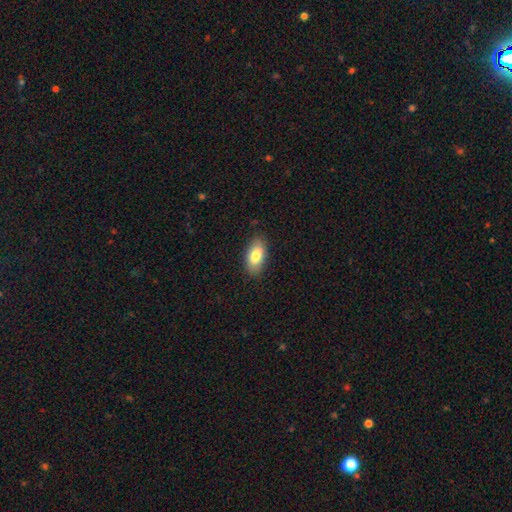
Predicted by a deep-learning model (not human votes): Q: Smooth or featured?
A: smooth (80%); runner-up: featured or disk (14%)
Q: How rounded?
A: in between (91%); runner-up: cigar-shaped (5%)
Q: Merging?
A: none (85%); runner-up: minor disturbance (12%)